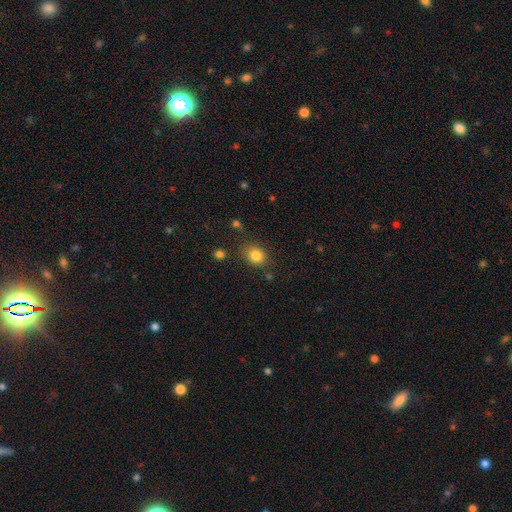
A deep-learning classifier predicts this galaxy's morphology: Q: Smooth or featured?
A: smooth (83%); runner-up: star or artifact (11%)
Q: How rounded?
A: round (54%); runner-up: in between (45%)
Q: Merging?
A: none (80%); runner-up: minor disturbance (13%)